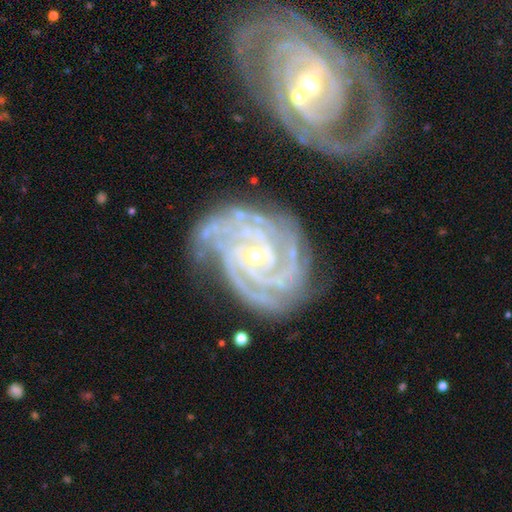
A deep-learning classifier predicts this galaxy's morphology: A featured or disk galaxy (93%) with no bar (56%), 3 (31%) tight (78%) spiral arms (99%) and a small central bulge (70%). Merging: none (59%).